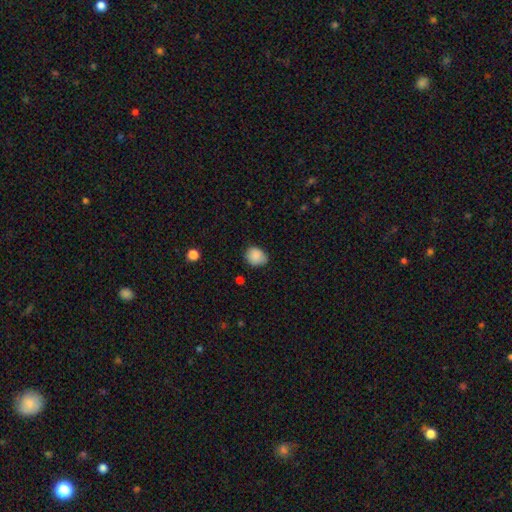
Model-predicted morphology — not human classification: Smooth or featured? Predicted: smooth (p=0.86). How rounded? Predicted: round (p=0.59). Merging? Predicted: none (p=0.67).